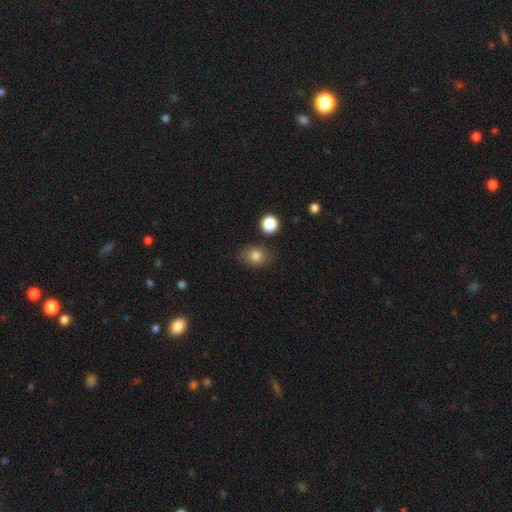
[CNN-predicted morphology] smooth-or-featured: smooth: 82% | star or artifact: 10% | featured or disk: 8%
  how-rounded: in between: 60% | round: 39% | cigar-shaped: 1%
  merging: none: 78% | minor disturbance: 14% | merger: 4% | major disturbance: 4%